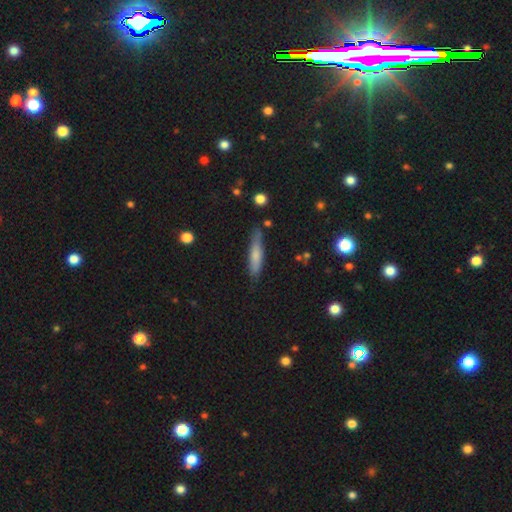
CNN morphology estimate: smooth-or-featured: smooth: 67% | featured or disk: 26% | star or artifact: 7%
  how-rounded: cigar-shaped: 83% | in between: 15% | round: 2%
  merging: none: 77% | minor disturbance: 18% | major disturbance: 3% | merger: 3%